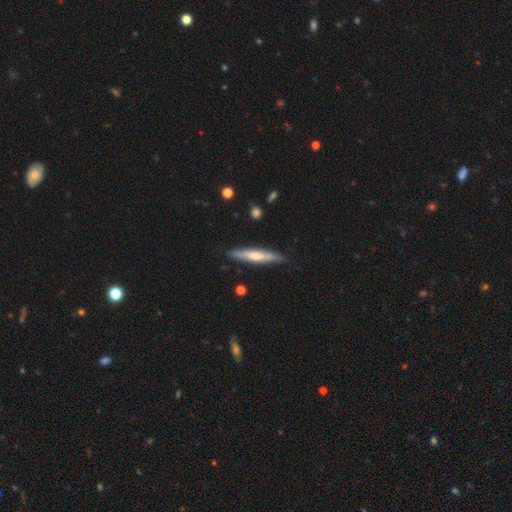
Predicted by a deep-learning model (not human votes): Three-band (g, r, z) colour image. It shows a smooth galaxy with no disk features (53%) that is cigar-shaped (90%). Merging: none (84%).